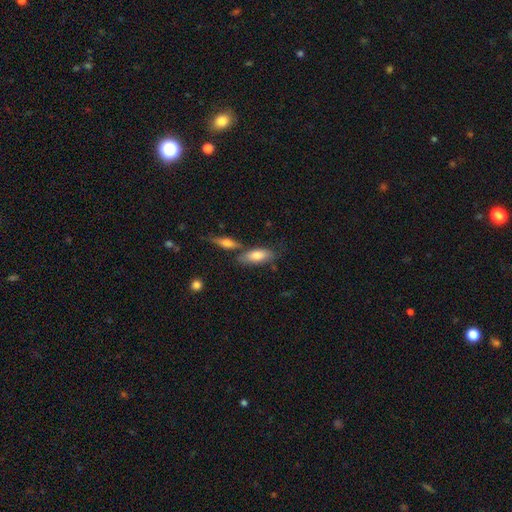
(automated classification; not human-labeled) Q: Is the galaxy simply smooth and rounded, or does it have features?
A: smooth — 75%.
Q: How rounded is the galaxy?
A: in between — 80%.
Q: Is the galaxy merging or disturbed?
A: none — 56%.